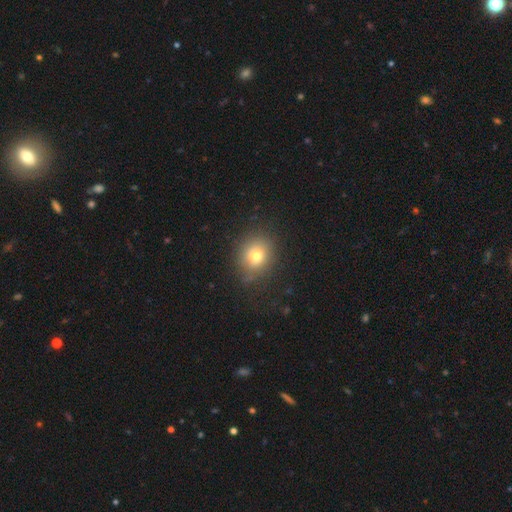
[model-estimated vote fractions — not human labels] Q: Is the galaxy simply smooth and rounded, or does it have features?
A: smooth — 73%.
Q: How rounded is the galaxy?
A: round — 72%.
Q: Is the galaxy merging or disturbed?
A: none — 81%.